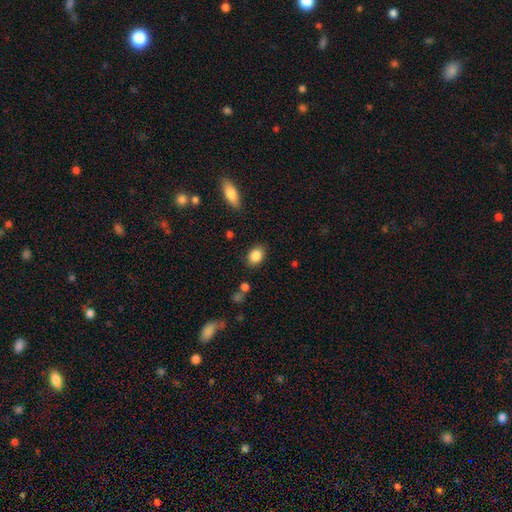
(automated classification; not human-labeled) Smooth or featured? smooth (86%)
How rounded? in between (68%)
Merging? none (83%)